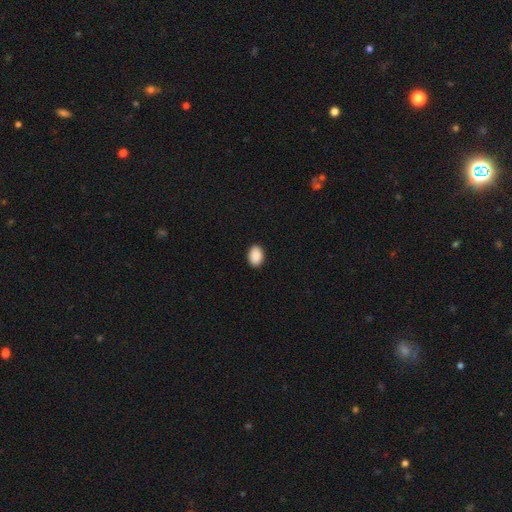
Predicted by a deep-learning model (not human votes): Smooth or featured? smooth (91%)
How rounded? in between (82%)
Merging? none (90%)